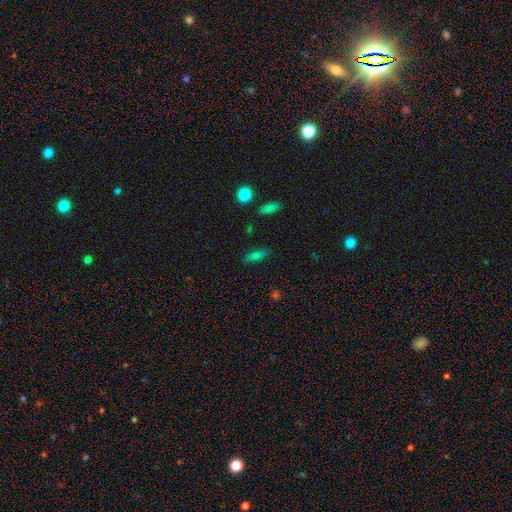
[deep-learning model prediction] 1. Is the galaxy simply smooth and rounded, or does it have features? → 70% smooth, 19% featured or disk, 11% star or artifact.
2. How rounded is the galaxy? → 59% in between, 37% cigar-shaped, 4% round.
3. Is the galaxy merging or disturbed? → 84% none, 12% minor disturbance, 3% major disturbance, 2% merger.